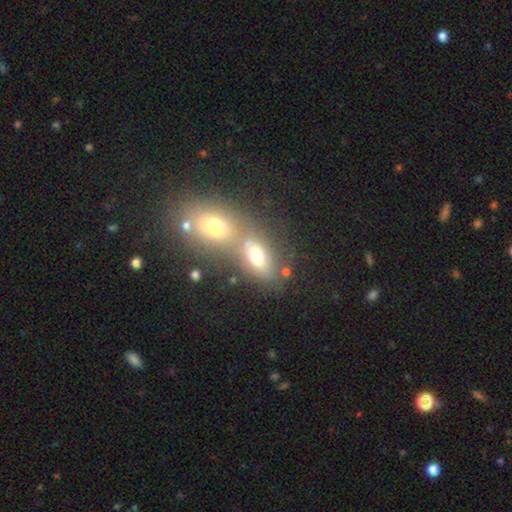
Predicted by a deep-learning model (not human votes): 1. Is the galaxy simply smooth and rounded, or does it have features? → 68% smooth, 19% featured or disk, 13% star or artifact.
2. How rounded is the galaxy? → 80% in between, 15% round, 5% cigar-shaped.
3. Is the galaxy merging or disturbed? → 48% merger, 38% none, 9% minor disturbance, 5% major disturbance.